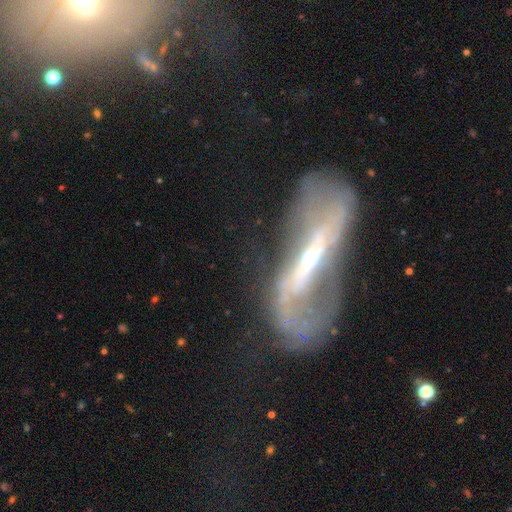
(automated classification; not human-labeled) Smooth or featured: featured or disk — 78% (smooth — 13%)
Edge-on disk: no — 76% (yes — 24%)
Bar: strong — 54% (weak — 25%)
Spiral arms: yes — 72% (no — 28%)
Bulge size: small — 65% (moderate — 29%)
Merging: none — 41% (major disturbance — 31%)